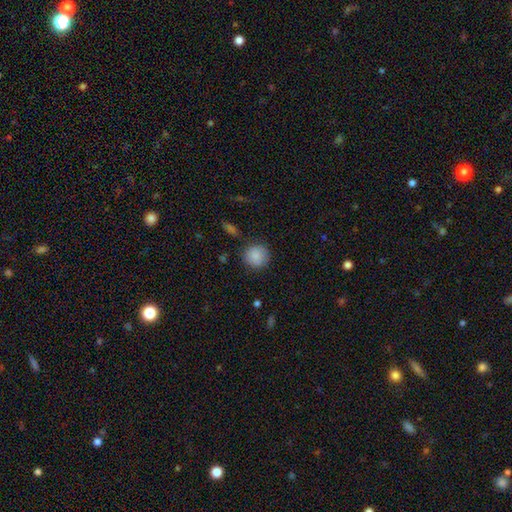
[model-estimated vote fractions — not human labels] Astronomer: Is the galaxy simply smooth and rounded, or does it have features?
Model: smooth — 87%.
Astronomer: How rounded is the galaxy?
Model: round — 92%.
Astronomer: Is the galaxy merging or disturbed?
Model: none — 86%.